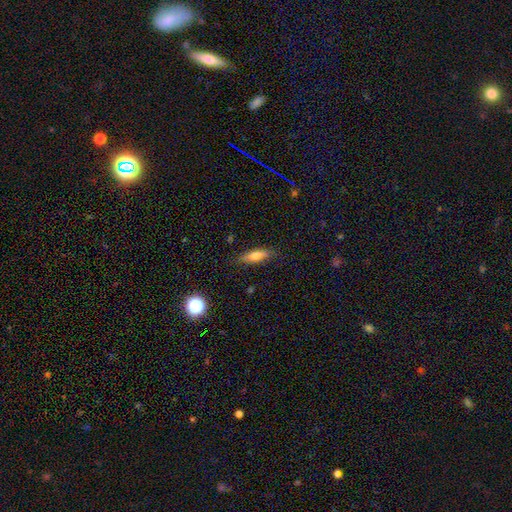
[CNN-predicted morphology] Q: Smooth or featured?
A: smooth (69%); runner-up: featured or disk (24%)
Q: How rounded?
A: cigar-shaped (55%); runner-up: in between (43%)
Q: Merging?
A: none (82%); runner-up: minor disturbance (14%)